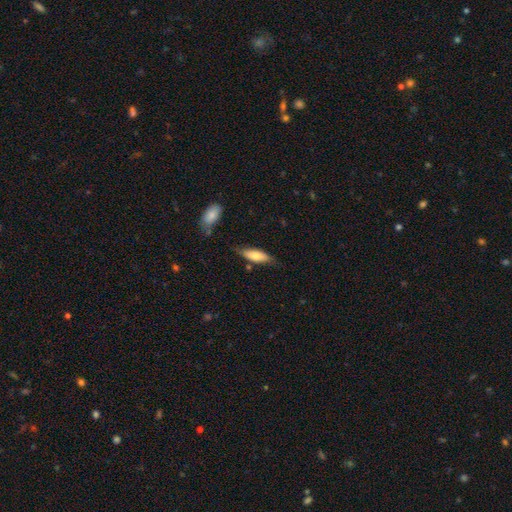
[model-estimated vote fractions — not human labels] Smooth or featured? Predicted: smooth (p=0.69). How rounded? Predicted: in between (p=0.58). Merging? Predicted: none (p=0.70).